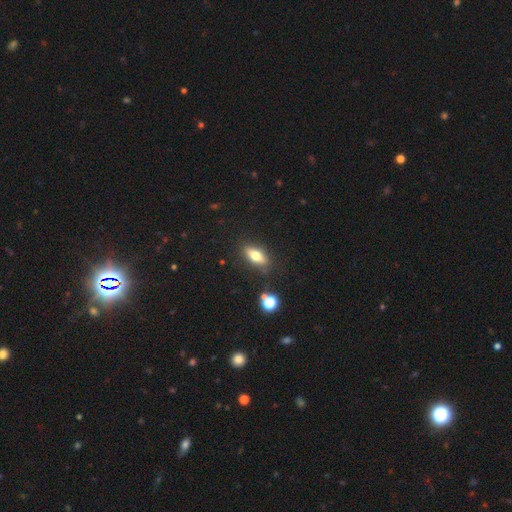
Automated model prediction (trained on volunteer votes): The model was most divided on "smooth or featured": smooth: 64%, featured or disk: 27%, star or artifact: 9%. More confident: merging — none (83%); how rounded — in between (70%).